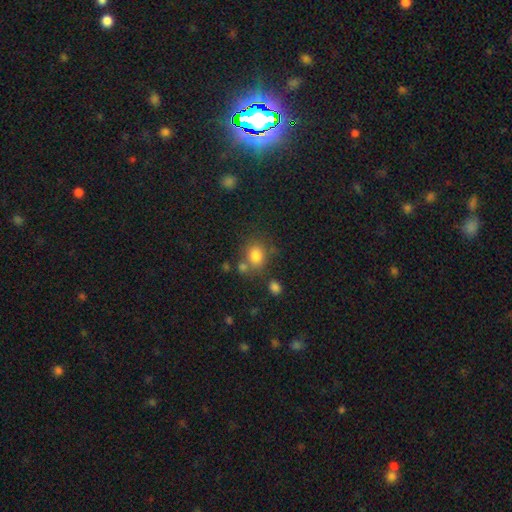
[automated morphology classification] smooth_or_featured: smooth (p=0.80) [alt: star or artifact p=0.12]
how_rounded: round (p=0.61) [alt: in between p=0.38]
merging: none (p=0.62) [alt: merger p=0.17]